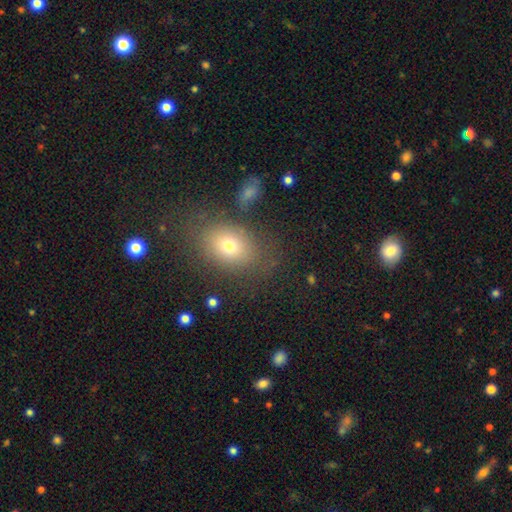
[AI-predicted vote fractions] smooth-or-featured: smooth: 63% | star or artifact: 22% | featured or disk: 16%
  how-rounded: in between: 75% | round: 23% | cigar-shaped: 3%
  merging: none: 80% | minor disturbance: 11% | major disturbance: 5% | merger: 4%